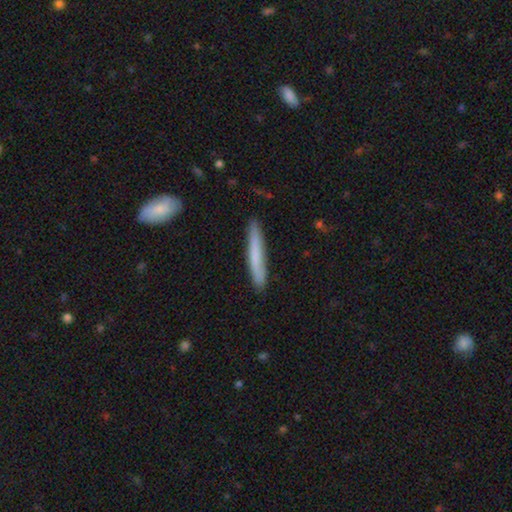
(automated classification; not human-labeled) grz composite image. It shows a smooth galaxy with no disk features (68%) that is cigar-shaped (96%). Merging: none (86%).